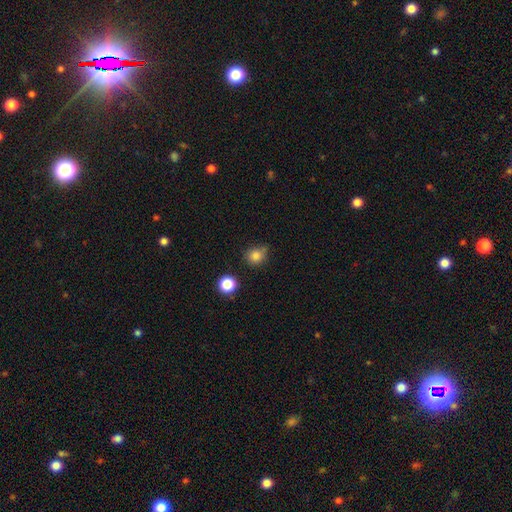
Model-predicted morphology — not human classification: The model was most divided on "merging": none: 61%, minor disturbance: 28%, major disturbance: 6%, merger: 5%. More confident: smooth or featured — smooth (82%); how rounded — round (81%).